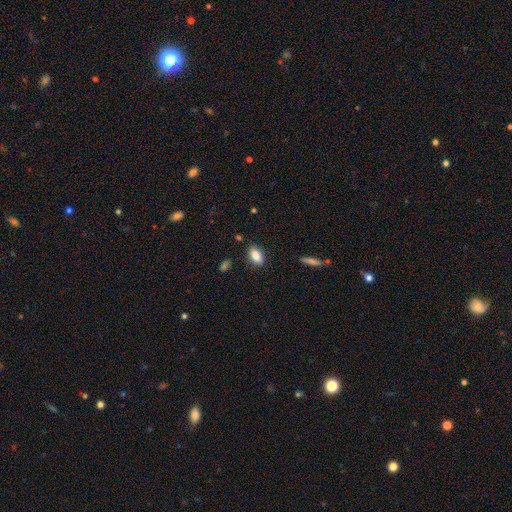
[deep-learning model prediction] Overall: smooth (87%). How rounded: in between (90%). Merging: none (86%).